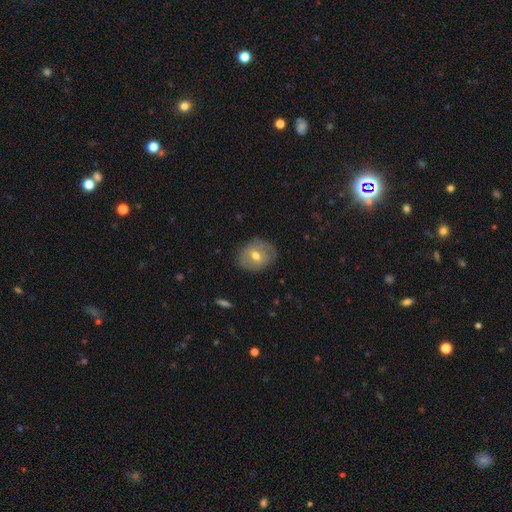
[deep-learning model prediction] Smooth or featured: smooth — 51% (featured or disk — 41%)
How rounded: round — 61% (in between — 38%)
Merging: none — 76% (minor disturbance — 18%)